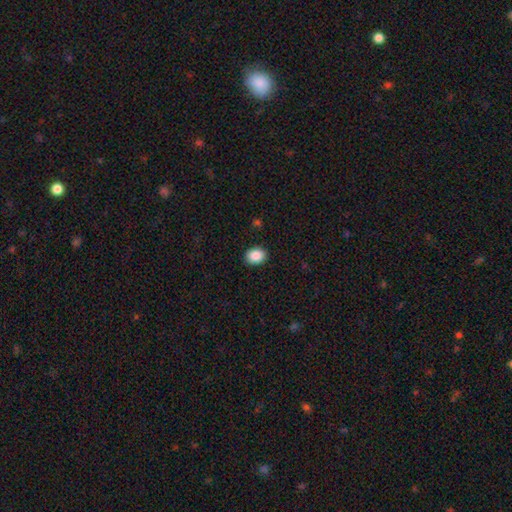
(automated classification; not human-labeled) A smooth galaxy with no disk features (89%) that is in between round and cigar-shaped (57%).

Vote fractions:
- Smooth or featured? smooth: 89% / star or artifact: 8% / featured or disk: 3%
- How rounded? in between: 57% / round: 42% / cigar-shaped: 1%
- Merging? none: 89% / minor disturbance: 7% / major disturbance: 2% / merger: 1%